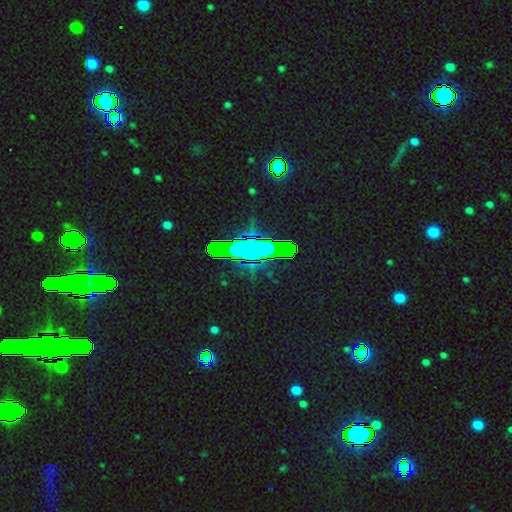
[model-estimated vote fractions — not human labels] This appears to be a star or artifact, not a galaxy (73%).